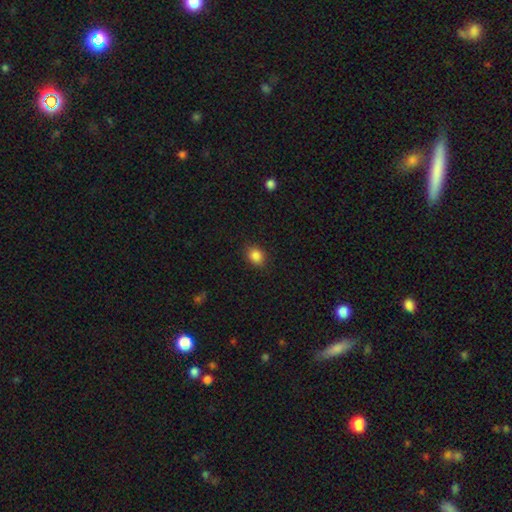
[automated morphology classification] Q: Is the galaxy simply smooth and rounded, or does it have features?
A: smooth — 86%.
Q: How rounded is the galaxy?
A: round — 55%.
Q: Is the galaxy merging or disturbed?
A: none — 87%.